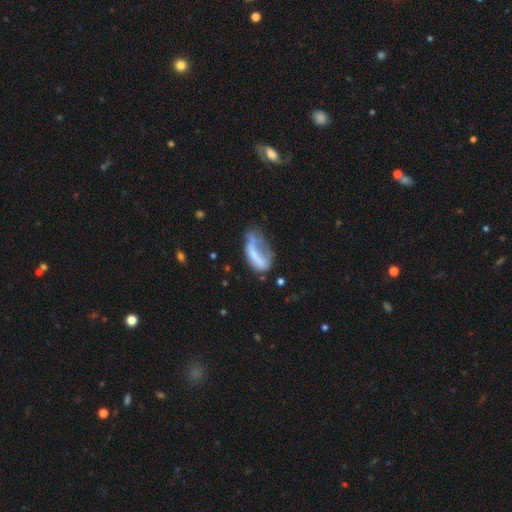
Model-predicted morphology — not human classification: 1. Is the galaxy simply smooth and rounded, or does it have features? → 49% smooth, 42% featured or disk, 9% star or artifact.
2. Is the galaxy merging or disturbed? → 43% major disturbance, 25% minor disturbance, 25% none, 8% merger.